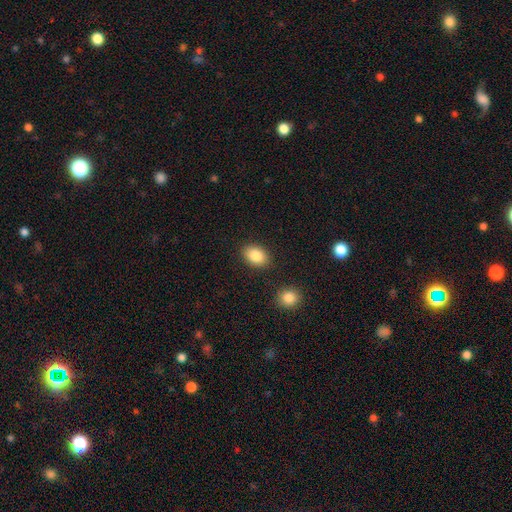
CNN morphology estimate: smooth_or_featured: smooth (p=0.86) [alt: star or artifact p=0.08]
how_rounded: in between (p=0.76) [alt: round p=0.22]
merging: none (p=0.85) [alt: minor disturbance p=0.09]